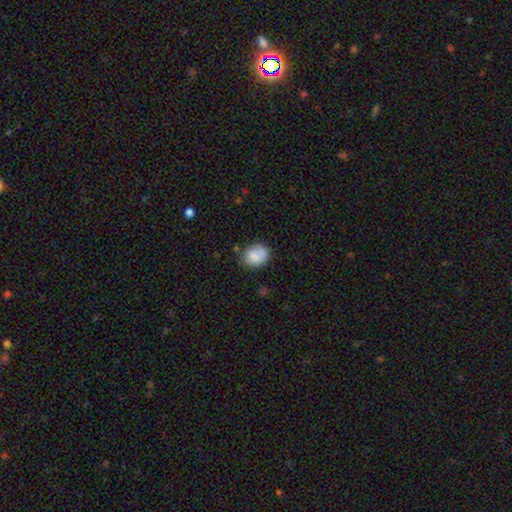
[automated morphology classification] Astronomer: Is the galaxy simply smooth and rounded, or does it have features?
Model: smooth — 82%.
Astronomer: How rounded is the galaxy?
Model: round — 56% (runner-up: in between, 43%).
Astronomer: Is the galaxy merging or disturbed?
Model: none — 69%.